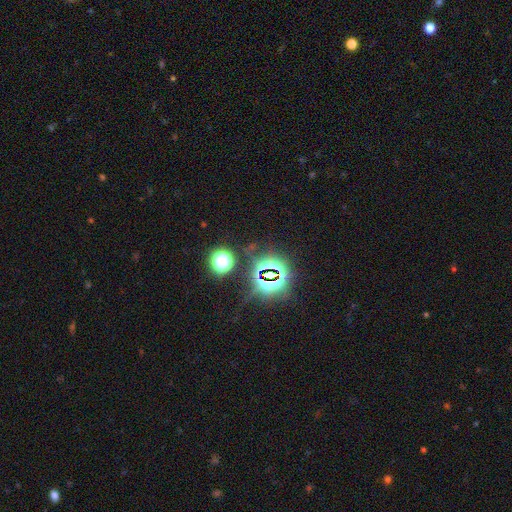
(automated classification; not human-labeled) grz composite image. It shows a star or artifact, not a galaxy (79%).